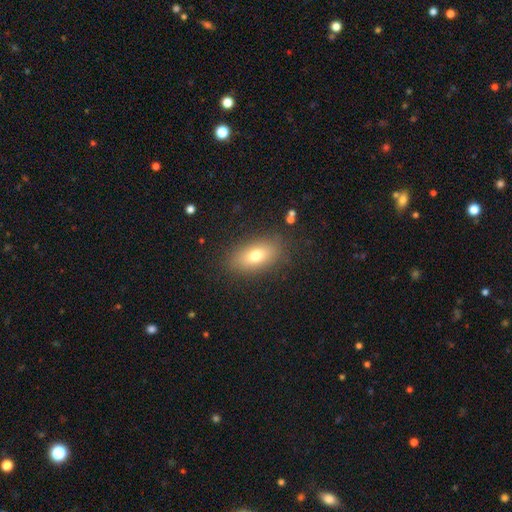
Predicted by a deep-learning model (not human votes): Smooth or featured: smooth — 73% (featured or disk — 17%)
How rounded: in between — 85% (round — 9%)
Merging: none — 84% (minor disturbance — 10%)